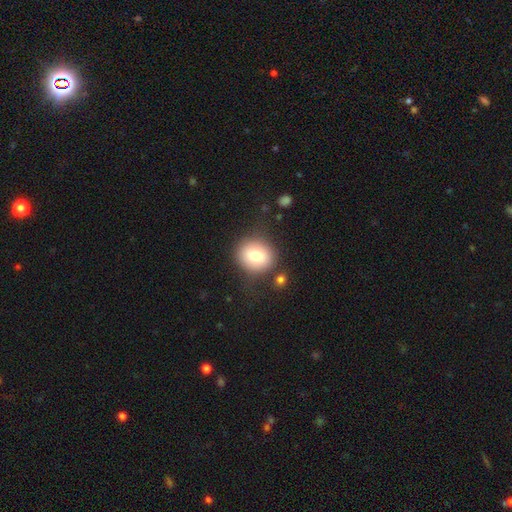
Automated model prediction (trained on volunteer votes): smooth-or-featured: smooth: 76% | featured or disk: 14% | star or artifact: 9%
  how-rounded: round: 77% | in between: 22% | cigar-shaped: 1%
  merging: none: 79% | minor disturbance: 12% | major disturbance: 5% | merger: 4%